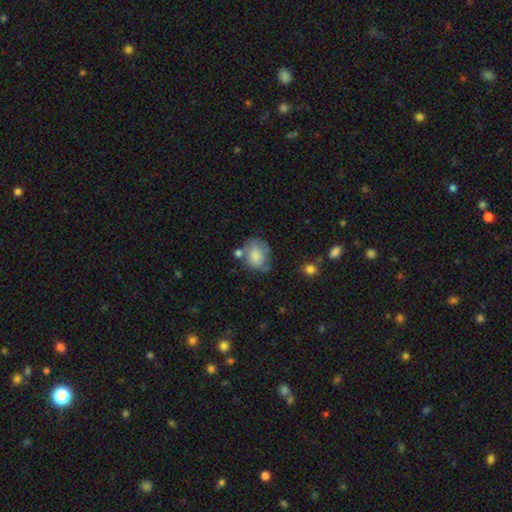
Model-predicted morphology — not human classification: A smooth galaxy with no disk features (78%) that is round (55%). Merging: none (51%).